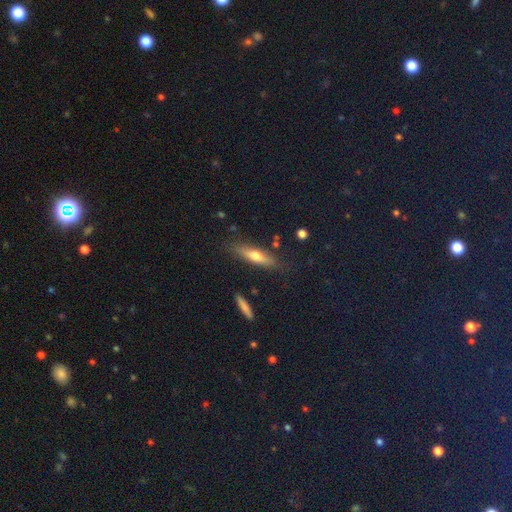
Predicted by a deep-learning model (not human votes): smooth-or-featured: smooth: 53% | featured or disk: 40% | star or artifact: 7%
  how-rounded: cigar-shaped: 72% | in between: 26% | round: 2%
  merging: none: 81% | minor disturbance: 13% | major disturbance: 3% | merger: 3%